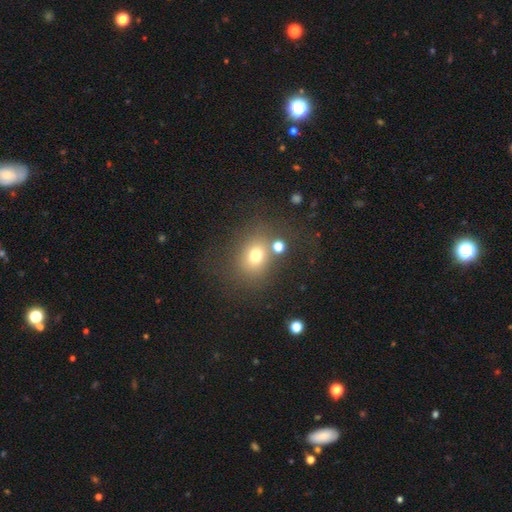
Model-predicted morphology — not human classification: smooth_or_featured: smooth (p=0.71) [alt: star or artifact p=0.17]
how_rounded: round (p=0.63) [alt: in between p=0.36]
merging: none (p=0.66) [alt: merger p=0.14]